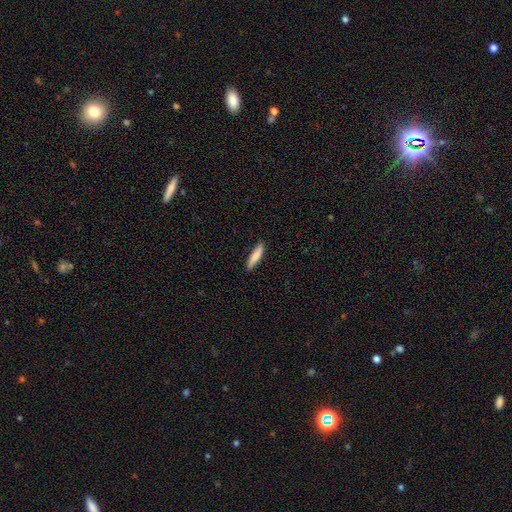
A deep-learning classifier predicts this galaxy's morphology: A smooth galaxy with no disk features (80%) that is cigar-shaped (85%).

Vote fractions:
- Smooth or featured? smooth: 80% / featured or disk: 14% / star or artifact: 6%
- How rounded? cigar-shaped: 85% / in between: 14% / round: 1%
- Merging? none: 88% / minor disturbance: 10% / major disturbance: 2% / merger: 1%